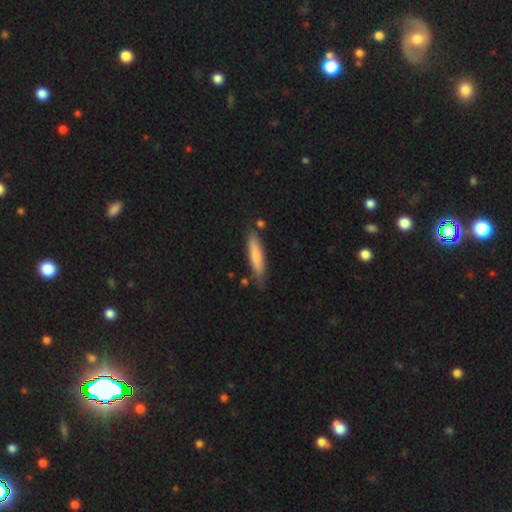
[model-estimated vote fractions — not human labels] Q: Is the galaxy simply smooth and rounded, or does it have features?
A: smooth — 73%.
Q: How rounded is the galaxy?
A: cigar-shaped — 83%.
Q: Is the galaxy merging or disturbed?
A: none — 76%.